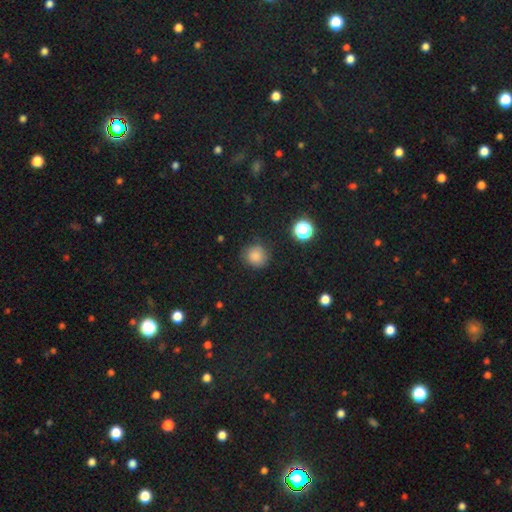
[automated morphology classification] type=smooth (83%); roundness=round (91%); merging=none (82%).